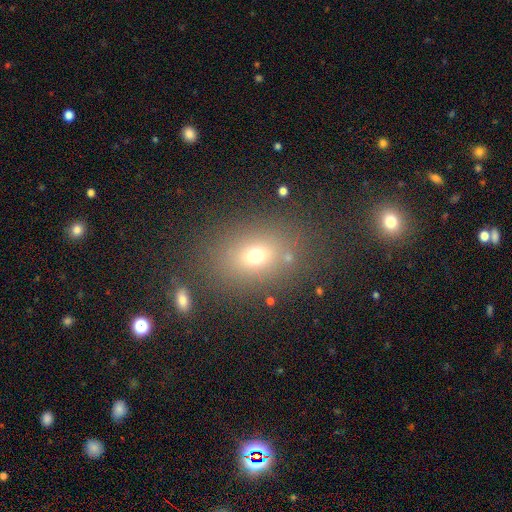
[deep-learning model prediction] Smooth or featured: smooth — 68% (star or artifact — 19%)
How rounded: in between — 63% (round — 35%)
Merging: none — 78% (minor disturbance — 11%)